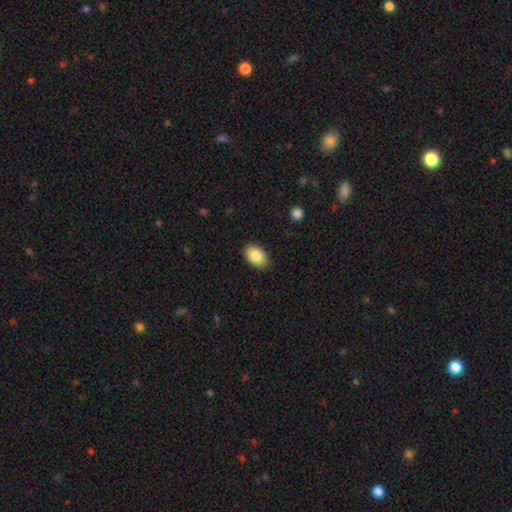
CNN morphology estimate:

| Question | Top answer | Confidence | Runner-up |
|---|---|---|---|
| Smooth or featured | smooth | 88% | star or artifact (7%) |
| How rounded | in between | 88% | round (11%) |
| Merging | none | 87% | minor disturbance (10%) |